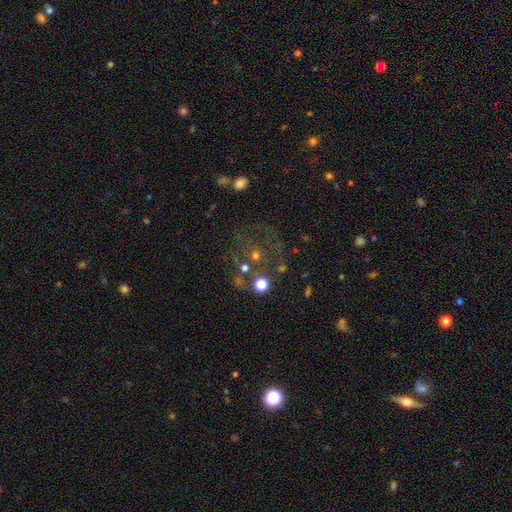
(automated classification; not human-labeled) Morphology: type=smooth (35%); merging=none (58%).